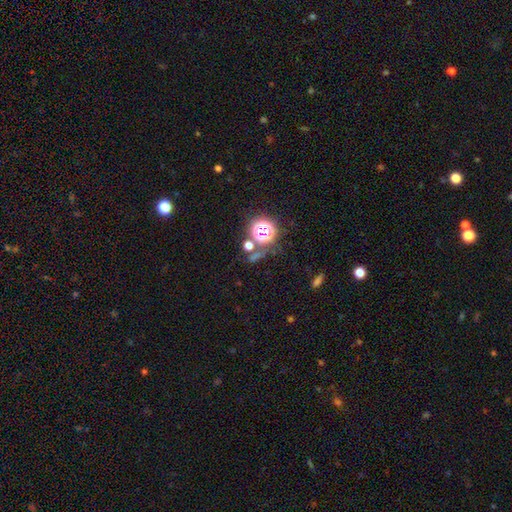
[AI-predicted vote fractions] smooth_or_featured: star or artifact (p=0.68) [alt: smooth p=0.23]